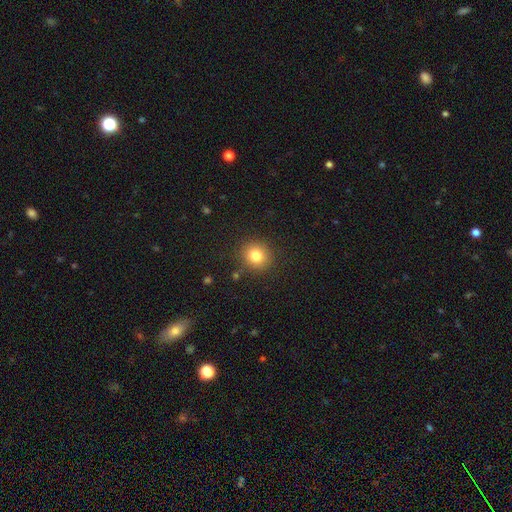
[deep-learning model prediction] This appears to be a smooth galaxy with no disk features (81%) that is round (86%). Merging: none (88%).